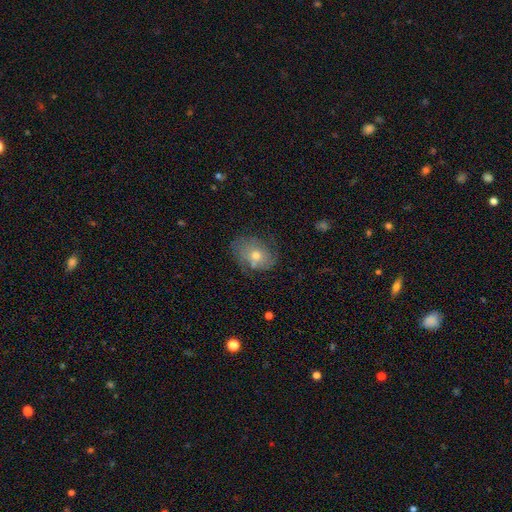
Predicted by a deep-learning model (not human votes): Smooth or featured: featured or disk — 46% (smooth — 42%)
Merging: none — 62% (minor disturbance — 24%)